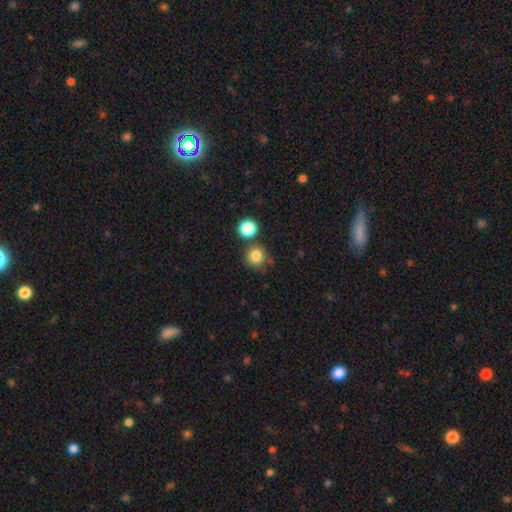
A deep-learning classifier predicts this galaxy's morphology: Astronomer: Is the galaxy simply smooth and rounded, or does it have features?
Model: smooth — 83%.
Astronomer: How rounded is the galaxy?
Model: round — 92%.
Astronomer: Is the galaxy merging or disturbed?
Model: none — 74%.